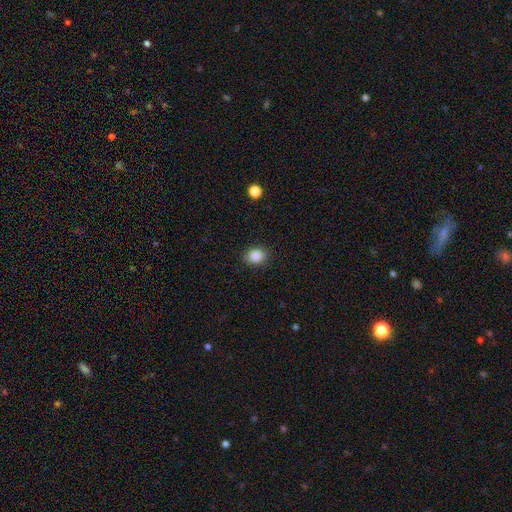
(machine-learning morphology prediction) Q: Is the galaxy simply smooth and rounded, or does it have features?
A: smooth — 86%.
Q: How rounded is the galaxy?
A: round — 53%.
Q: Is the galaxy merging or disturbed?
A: none — 89%.